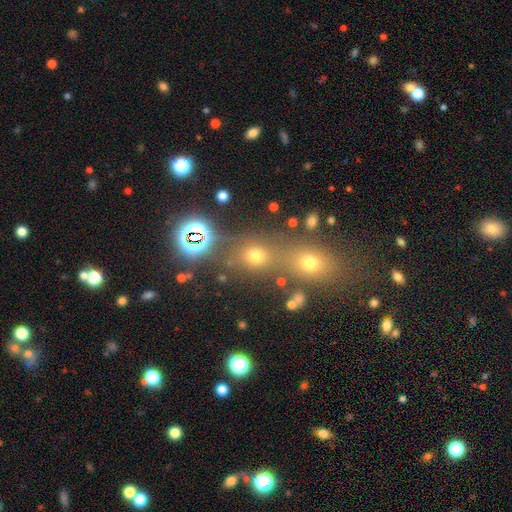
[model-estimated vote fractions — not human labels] smooth-or-featured: smooth: 56% | star or artifact: 33% | featured or disk: 11%
  how-rounded: round: 64% | in between: 33% | cigar-shaped: 2%
  merging: none: 50% | merger: 36% | minor disturbance: 9% | major disturbance: 6%